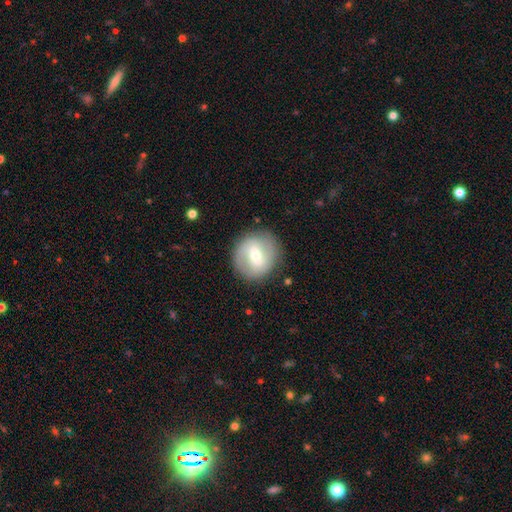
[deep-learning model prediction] Morphology: type=featured or disk (62%); edge-on=no (96%); bar=weak (52%); spiral arms=yes (70%); bulge=moderate (54%); merging=none (84%).